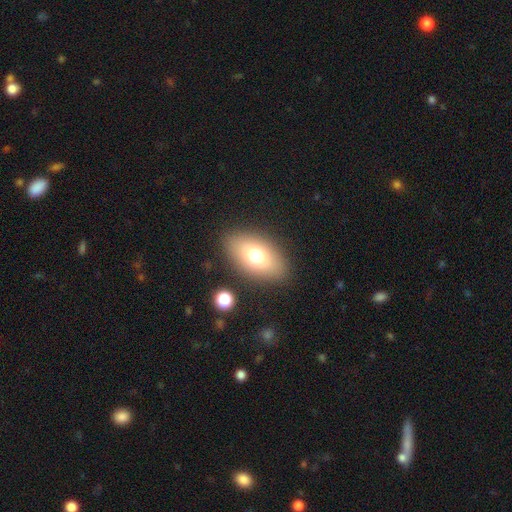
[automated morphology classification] The model was most divided on "smooth or featured": smooth: 72%, featured or disk: 18%, star or artifact: 10%. More confident: how rounded — in between (90%); merging — none (85%).